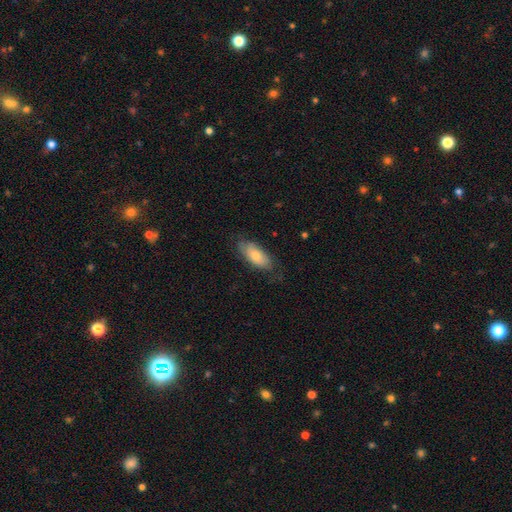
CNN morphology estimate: Smooth or featured: smooth — 71% (featured or disk — 23%)
How rounded: in between — 86% (cigar-shaped — 12%)
Merging: none — 67% (minor disturbance — 24%)